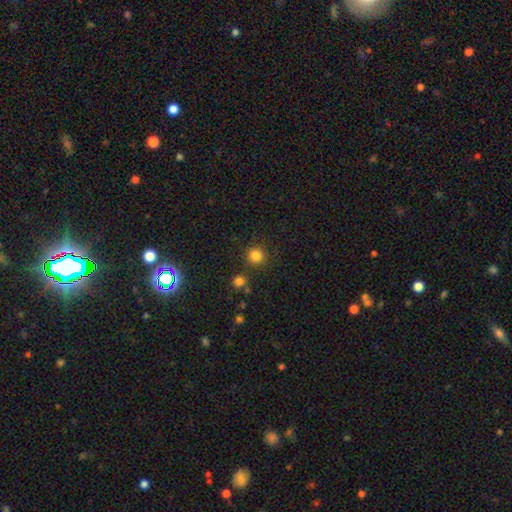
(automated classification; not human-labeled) This is clearly a smooth galaxy (81%). How rounded: clearly round (94%). Merging: clearly none (83%).